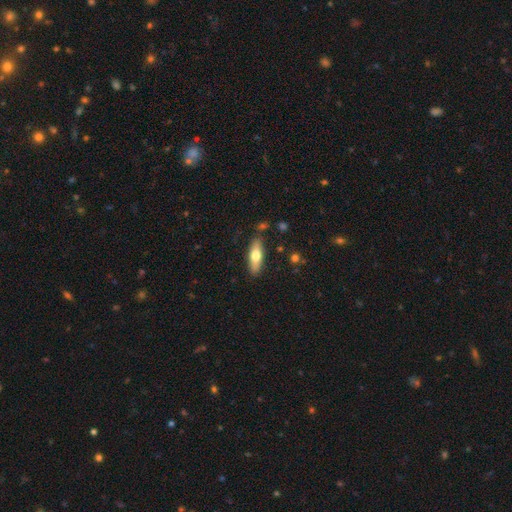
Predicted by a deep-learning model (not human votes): smooth-or-featured: smooth: 62% | featured or disk: 32% | star or artifact: 6%
  how-rounded: in between: 53% | cigar-shaped: 45% | round: 3%
  merging: none: 86% | minor disturbance: 10% | major disturbance: 2% | merger: 2%